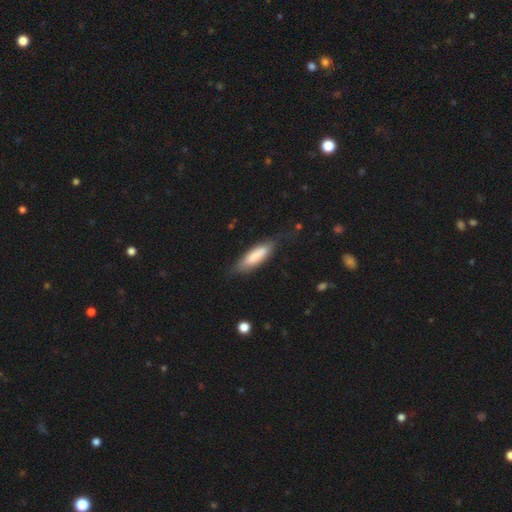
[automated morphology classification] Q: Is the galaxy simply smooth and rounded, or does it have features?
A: smooth — 79%.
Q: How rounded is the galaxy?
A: in between — 51%.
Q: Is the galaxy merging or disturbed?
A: none — 70%.